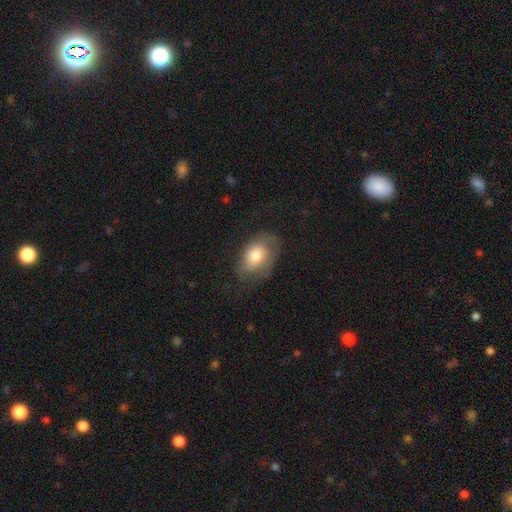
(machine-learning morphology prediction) Q: Smooth or featured?
A: smooth (68%); runner-up: featured or disk (24%)
Q: How rounded?
A: in between (86%); runner-up: round (13%)
Q: Merging?
A: none (53%); runner-up: minor disturbance (30%)